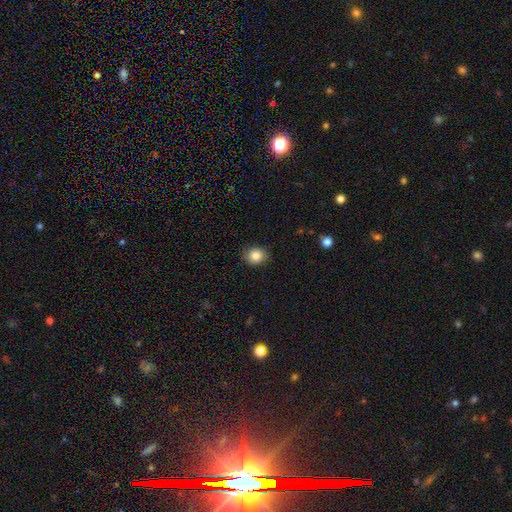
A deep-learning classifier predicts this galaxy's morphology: This appears to be a smooth galaxy with no disk features (85%) that is round (78%). Merging: none (86%).